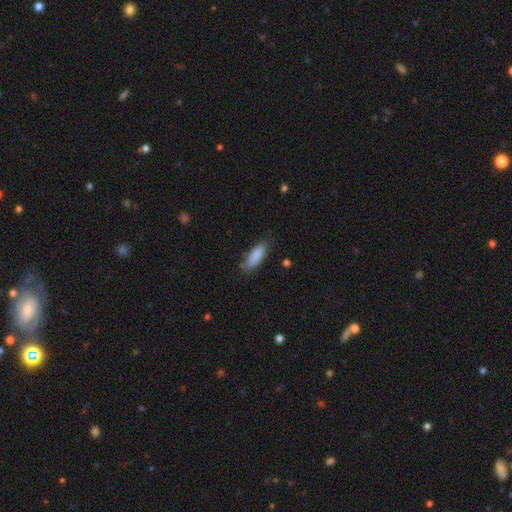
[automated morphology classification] Smooth or featured? Predicted: smooth (p=0.86). How rounded? Predicted: in between (p=0.54). Merging? Predicted: none (p=0.73).